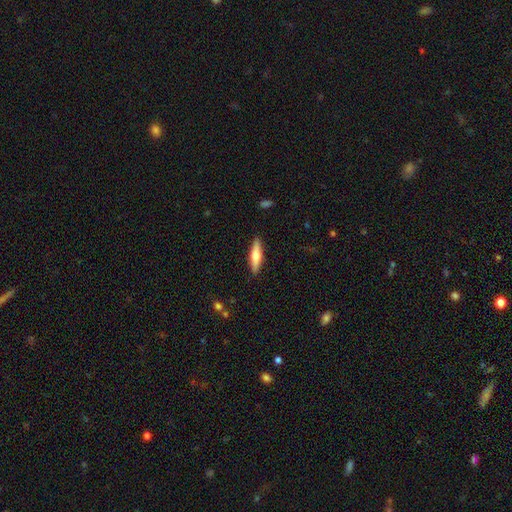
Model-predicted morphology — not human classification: smooth_or_featured: smooth (p=0.56) [alt: featured or disk p=0.39]
how_rounded: cigar-shaped (p=0.70) [alt: in between p=0.28]
merging: none (p=0.89) [alt: minor disturbance p=0.08]